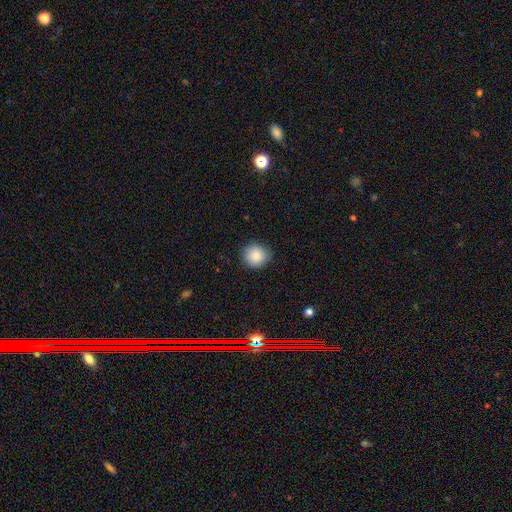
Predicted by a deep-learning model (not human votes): Q: Smooth or featured?
A: smooth (86%); runner-up: star or artifact (8%)
Q: How rounded?
A: round (86%); runner-up: in between (13%)
Q: Merging?
A: none (86%); runner-up: minor disturbance (11%)